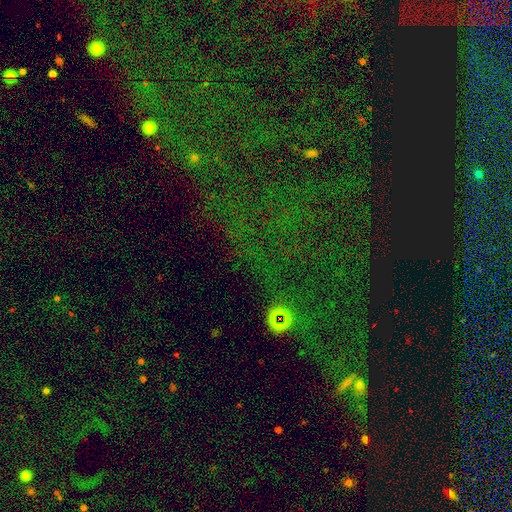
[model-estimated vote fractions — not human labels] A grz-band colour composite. It shows a star or artifact, not a galaxy (78%).